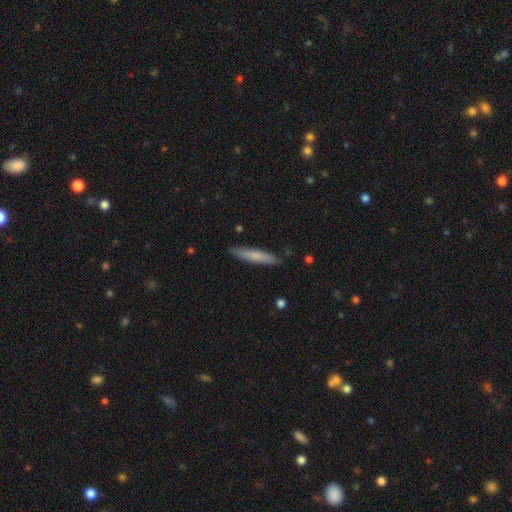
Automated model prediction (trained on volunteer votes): Overall: smooth (74%). How rounded: cigar-shaped (90%). Merging: none (87%).